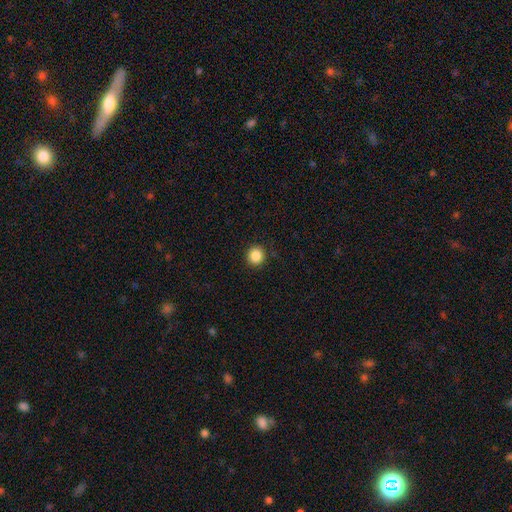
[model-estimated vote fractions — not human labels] This appears to be a smooth galaxy with no disk features (87%) that is round (94%). Merging: none (92%).